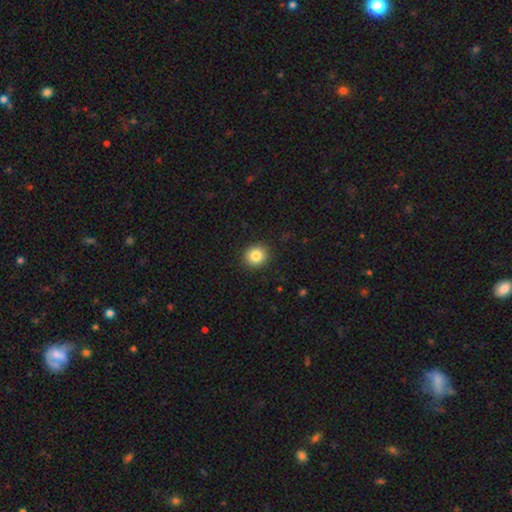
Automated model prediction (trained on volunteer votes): A smooth galaxy with no disk features (84%) that is round (85%). Merging: none (91%).